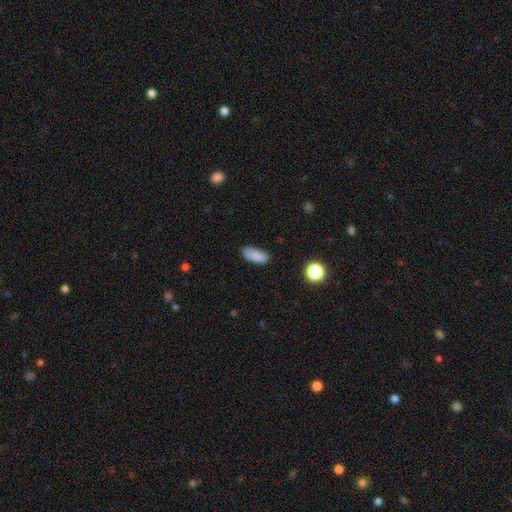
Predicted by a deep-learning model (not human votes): smooth_or_featured: smooth (p=0.86) [alt: star or artifact p=0.09]
how_rounded: in between (p=0.82) [alt: cigar-shaped p=0.15]
merging: none (p=0.78) [alt: minor disturbance p=0.16]